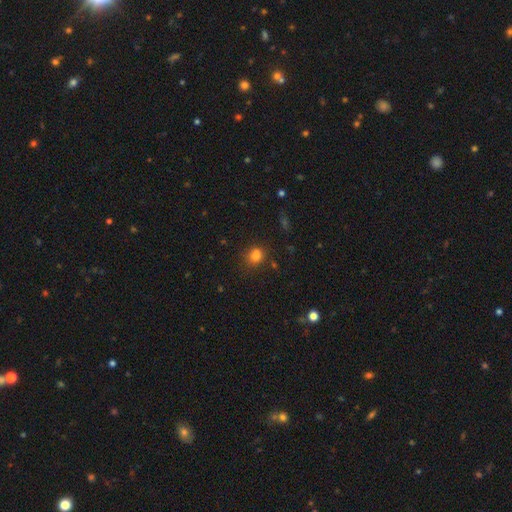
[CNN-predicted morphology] Q: Smooth or featured?
A: smooth (77%); runner-up: star or artifact (14%)
Q: How rounded?
A: round (68%); runner-up: in between (31%)
Q: Merging?
A: none (66%); runner-up: minor disturbance (16%)